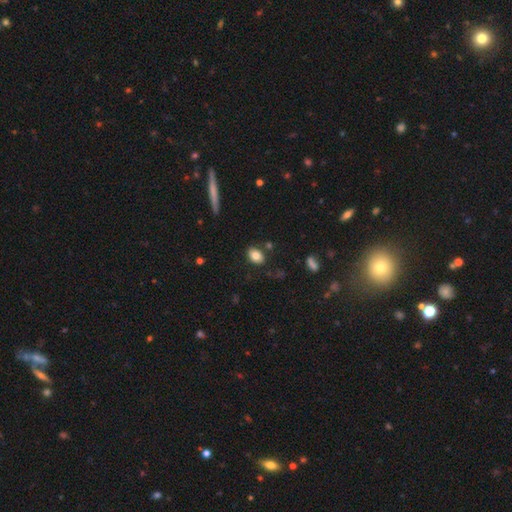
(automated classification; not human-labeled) A smooth galaxy with no disk features (80%) that is in between round and cigar-shaped (77%).

Vote fractions:
- Smooth or featured? smooth: 80% / featured or disk: 12% / star or artifact: 9%
- How rounded? in between: 77% / round: 21% / cigar-shaped: 2%
- Merging? none: 81% / minor disturbance: 12% / merger: 4% / major disturbance: 3%